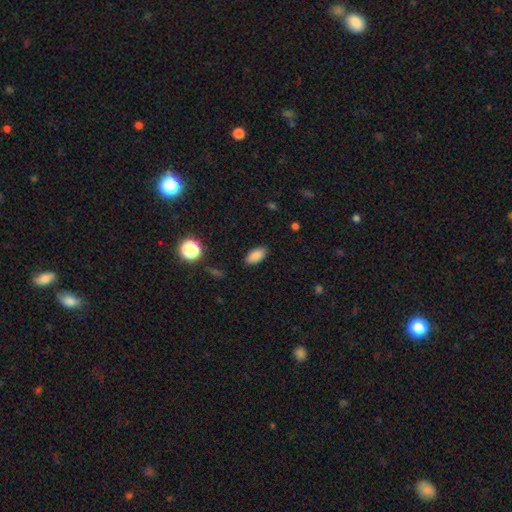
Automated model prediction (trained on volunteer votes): The model was most divided on "smooth or featured": smooth: 86%, star or artifact: 9%, featured or disk: 4%. More confident: how rounded — in between (92%); merging — none (87%).